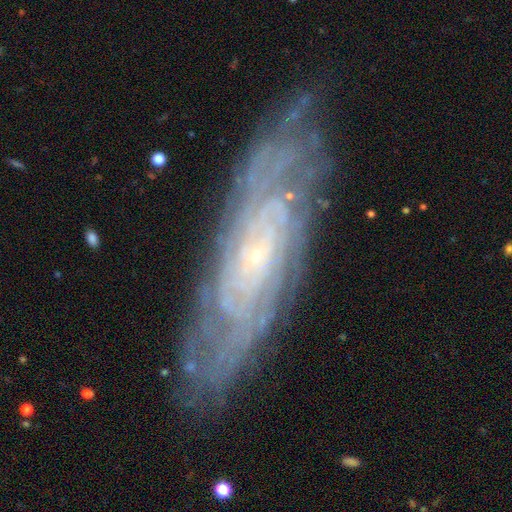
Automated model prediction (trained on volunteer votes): Smooth or featured?
  - featured or disk: 83% *
  - smooth: 10%
  - star or artifact: 7%
Edge-on disk?
  - no: 82% *
  - yes: 18%
Bar?
  - no: 71% *
  - weak: 22%
  - strong: 6%
Spiral arms?
  - yes: 95% *
  - no: 5%
Spiral winding?
  - tight: 79% *
  - medium: 17%
  - loose: 4%
Spiral arm count?
  - can't tell: 49% *
  - more than 4: 13%
  - 4: 12%
  - 2: 11%
  - 3: 9%
  - 1: 6%
Bulge size?
  - small: 85% *
  - moderate: 10%
  - none: 3%
  - large: 1%
  - dominant: 1%
Merging?
  - none: 81% *
  - minor disturbance: 14%
  - major disturbance: 4%
  - merger: 1%